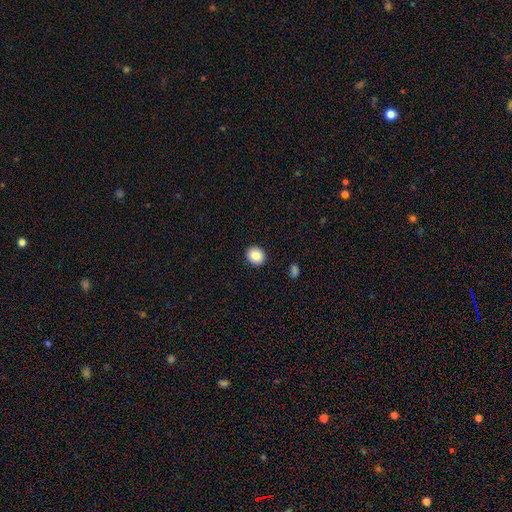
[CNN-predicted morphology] smooth_or_featured: smooth (p=0.88) [alt: star or artifact p=0.08]
how_rounded: round (p=0.68) [alt: in between p=0.31]
merging: none (p=0.91) [alt: minor disturbance p=0.06]